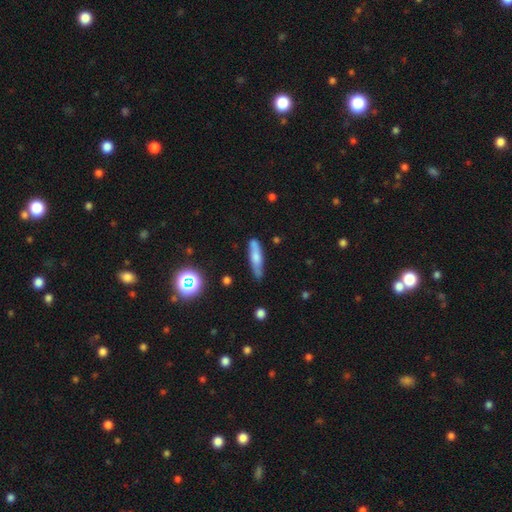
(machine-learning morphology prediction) Smooth or featured?
  - smooth: 60% *
  - featured or disk: 32%
  - star or artifact: 8%
How rounded?
  - cigar-shaped: 75% *
  - in between: 22%
  - round: 2%
Merging?
  - none: 75% *
  - minor disturbance: 19%
  - major disturbance: 4%
  - merger: 3%